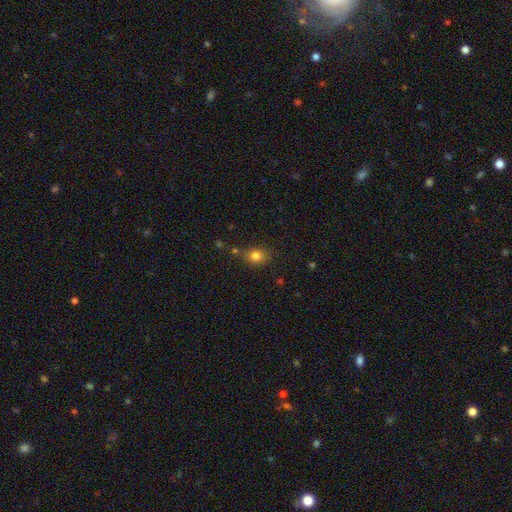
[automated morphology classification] Smooth or featured? smooth (80%)
How rounded? round (58%)
Merging? none (72%)